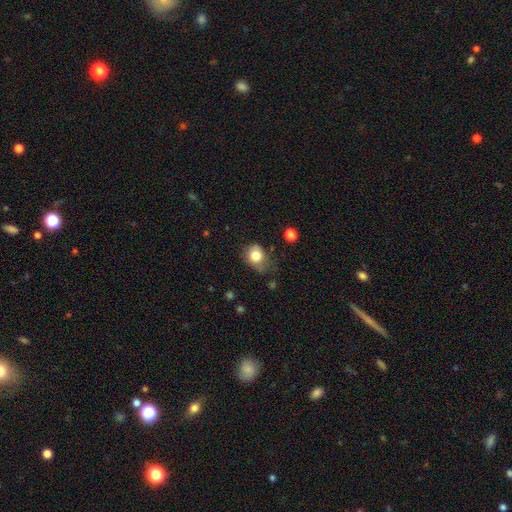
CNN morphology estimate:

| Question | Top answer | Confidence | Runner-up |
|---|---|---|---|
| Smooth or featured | smooth | 80% | featured or disk (11%) |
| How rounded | round | 53% | in between (46%) |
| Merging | none | 45% | minor disturbance (36%) |